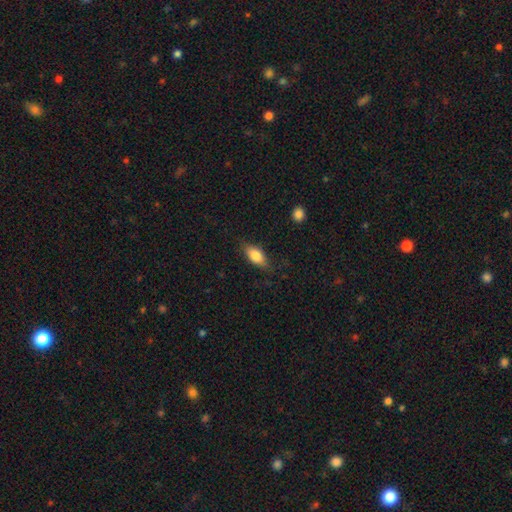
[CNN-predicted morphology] type=smooth (78%); roundness=in between (83%); merging=none (76%).